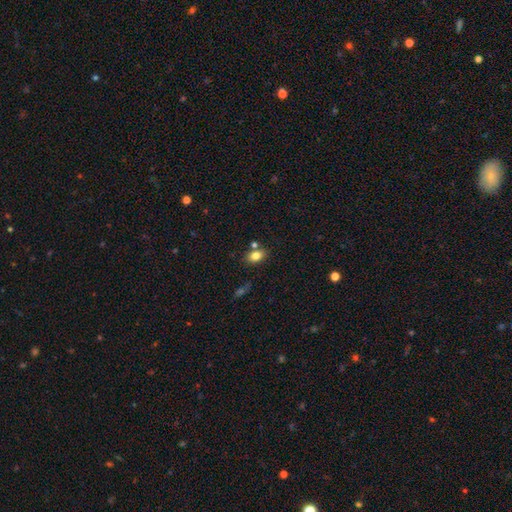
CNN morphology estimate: type=smooth (80%); roundness=in between (77%); merging=none (69%).